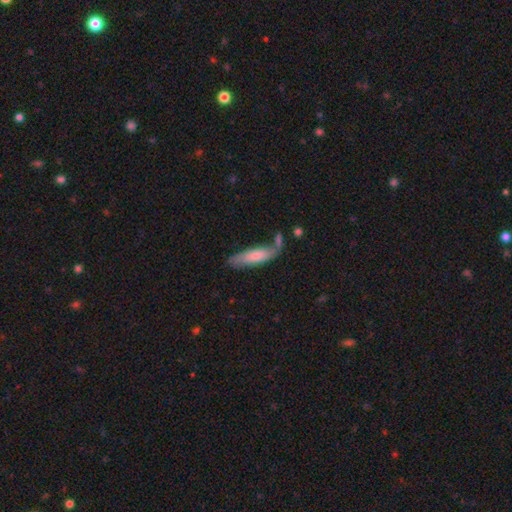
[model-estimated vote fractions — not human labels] Smooth or featured? smooth (69%)
How rounded? cigar-shaped (60%)
Merging? none (53%)